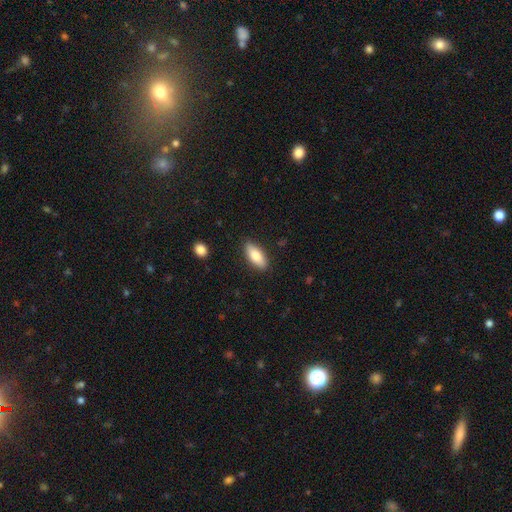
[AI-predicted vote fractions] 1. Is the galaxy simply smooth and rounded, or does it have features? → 81% smooth, 13% featured or disk, 6% star or artifact.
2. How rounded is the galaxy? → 80% in between, 18% cigar-shaped, 2% round.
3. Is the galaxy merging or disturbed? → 87% none, 9% minor disturbance, 2% major disturbance, 1% merger.